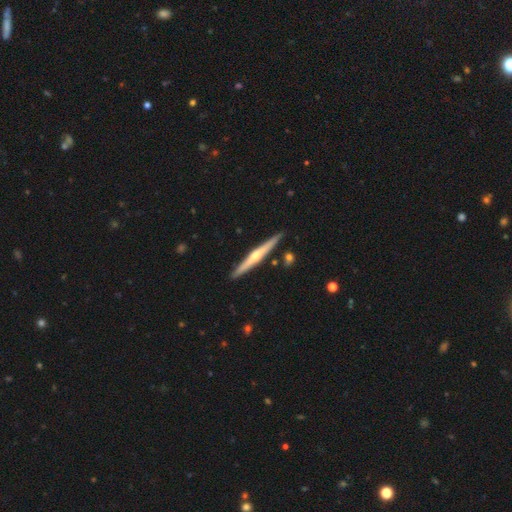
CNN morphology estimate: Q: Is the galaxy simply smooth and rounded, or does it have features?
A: featured or disk — 68%.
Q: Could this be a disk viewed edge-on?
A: yes — 98%.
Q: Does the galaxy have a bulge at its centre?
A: rounded — 79%.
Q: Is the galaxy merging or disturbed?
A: none — 89%.